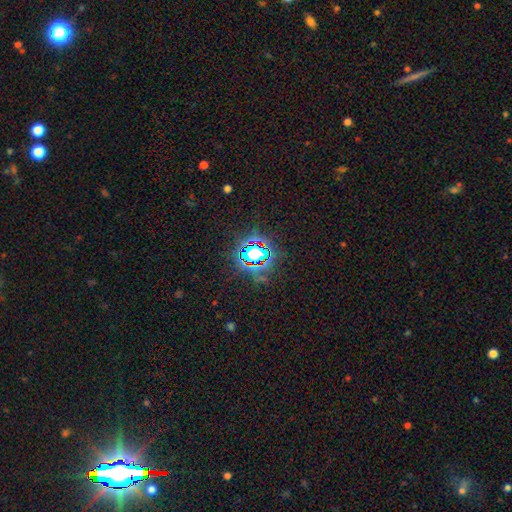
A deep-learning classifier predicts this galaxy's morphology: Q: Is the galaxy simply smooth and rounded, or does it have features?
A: star or artifact — 71%.